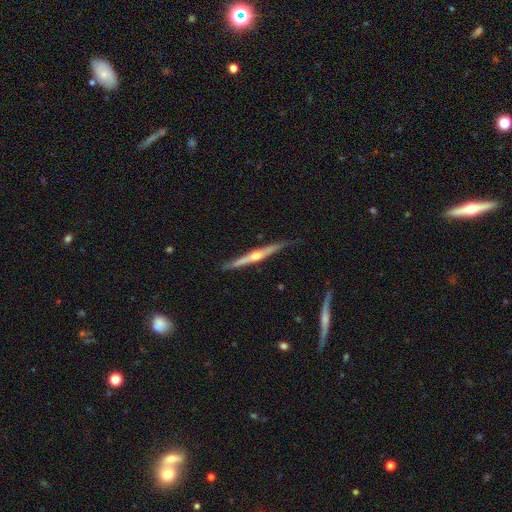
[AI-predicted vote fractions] Smooth or featured? featured or disk (79%)
Edge-on disk? yes (98%)
Edge-on bulge? rounded (87%)
Merging? none (84%)